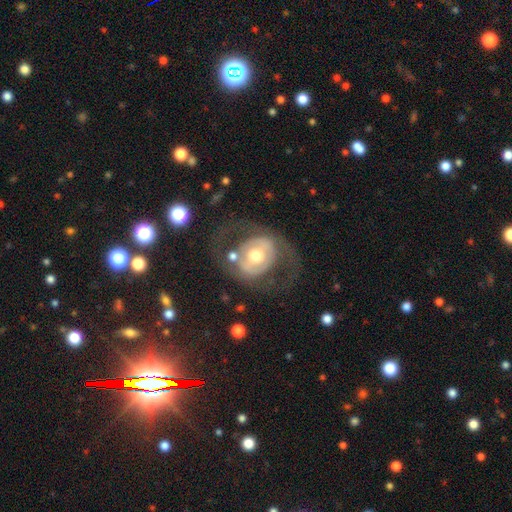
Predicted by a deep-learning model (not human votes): Smooth or featured: featured or disk — 68% (smooth — 27%)
Edge-on disk: no — 95% (yes — 5%)
Bar: no — 55% (weak — 28%)
Spiral arms: no — 62% (yes — 38%)
Bulge size: moderate — 73% (large — 13%)
Merging: none — 62% (major disturbance — 20%)